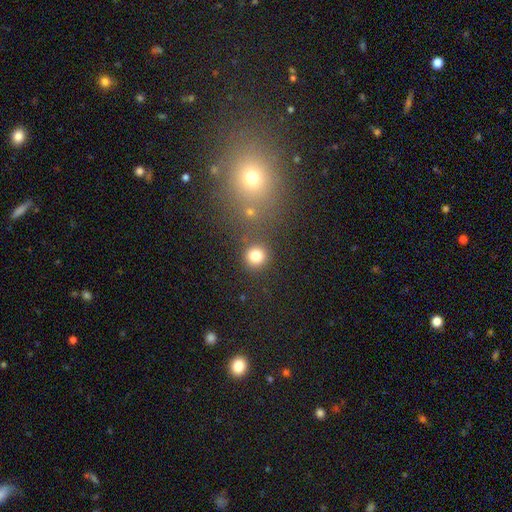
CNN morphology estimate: Overall: smooth (80%). How rounded: round (92%). Merging: none (83%).